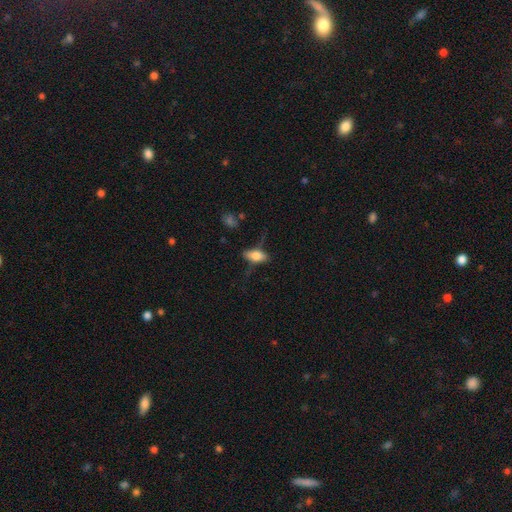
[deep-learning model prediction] A smooth galaxy with no disk features (64%) that is in between round and cigar-shaped (81%). Merging: none (67%).